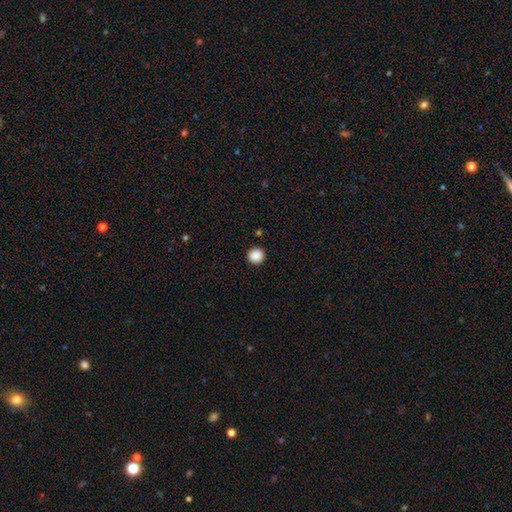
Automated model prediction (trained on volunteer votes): Smooth or featured? Predicted: smooth (p=0.88). How rounded? Predicted: round (p=0.94). Merging? Predicted: none (p=0.92).